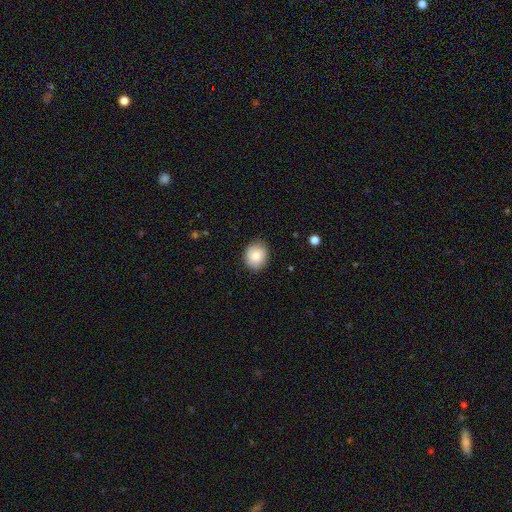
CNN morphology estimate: Overall: smooth (81%). How rounded: round (67%; in between 32%). Merging: none (84%).